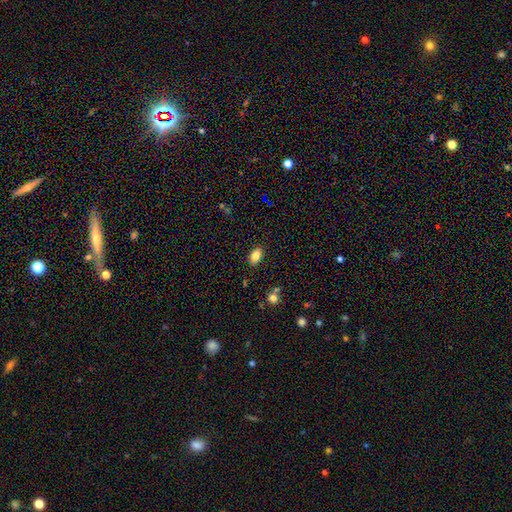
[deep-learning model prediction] smooth_or_featured: smooth (p=0.83) [alt: star or artifact p=0.09]
how_rounded: in between (p=0.89) [alt: round p=0.09]
merging: none (p=0.86) [alt: minor disturbance p=0.10]